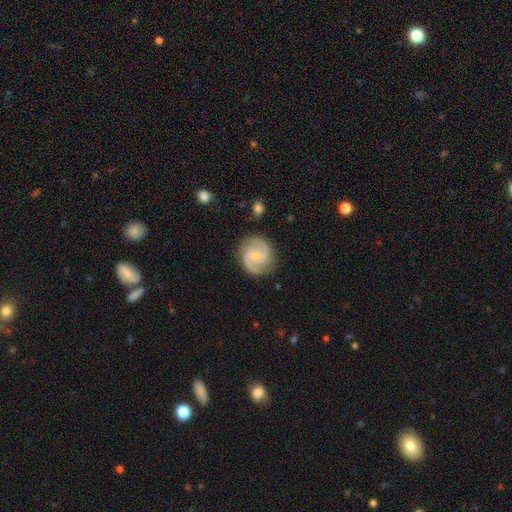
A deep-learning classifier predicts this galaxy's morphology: type=featured or disk (84%); edge-on=no (98%); bar=no (54%); spiral arms=yes (97%); winding=medium (54%); arm count=2 (88%); bulge=small (70%); merging=none (83%).